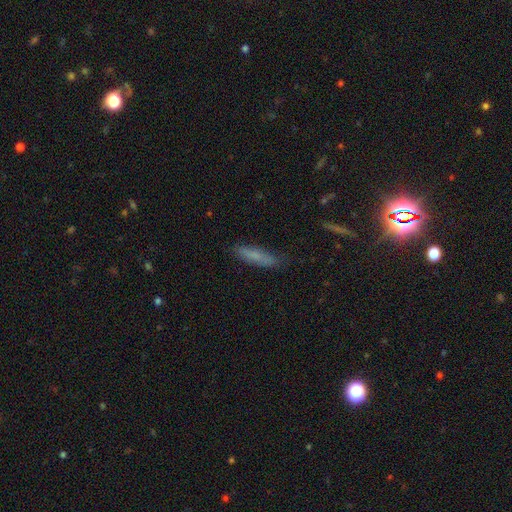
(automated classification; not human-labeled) A smooth galaxy with no disk features (72%) that is cigar-shaped (81%).

Vote fractions:
- Smooth or featured? smooth: 72% / featured or disk: 18% / star or artifact: 9%
- How rounded? cigar-shaped: 81% / in between: 17% / round: 2%
- Merging? none: 78% / minor disturbance: 17% / major disturbance: 3% / merger: 2%